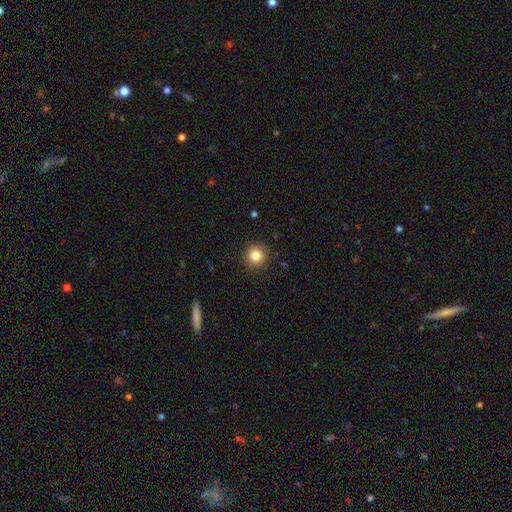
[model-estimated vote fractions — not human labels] smooth-or-featured: smooth: 83% | star or artifact: 11% | featured or disk: 6%
  how-rounded: round: 93% | in between: 6% | cigar-shaped: 1%
  merging: none: 90% | minor disturbance: 7% | major disturbance: 2% | merger: 1%